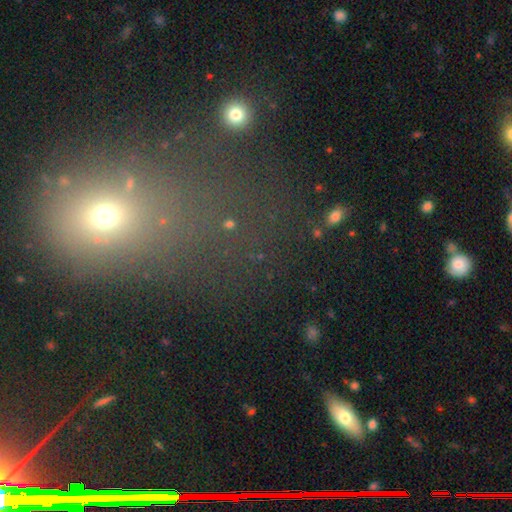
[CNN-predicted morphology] A star or artifact, not a galaxy (43%, tied with smooth).